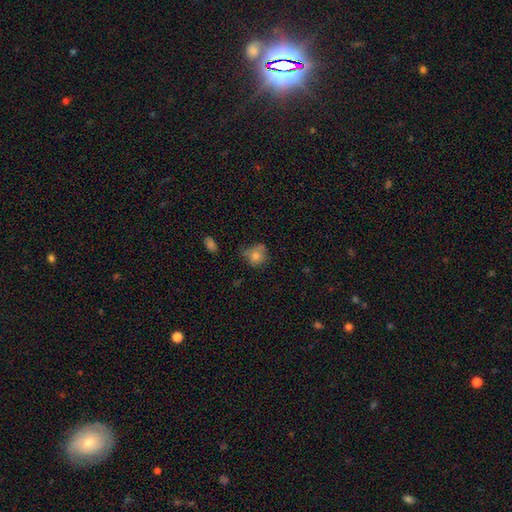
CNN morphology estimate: This is likely a smooth galaxy (74%). How rounded: likely round (79%). Merging: possibly none (59%).